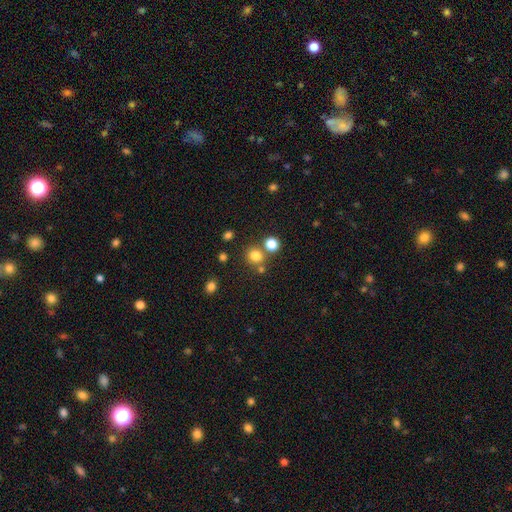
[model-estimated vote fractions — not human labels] Morphology: type=smooth (77%); roundness=round (85%); merging=none (71%).